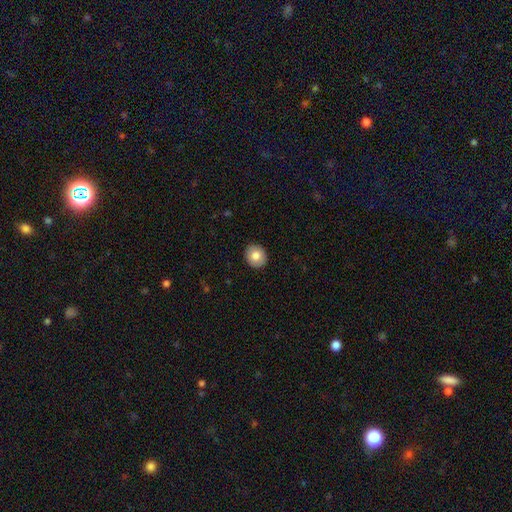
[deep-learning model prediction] Smooth or featured?
  - smooth: 80% *
  - featured or disk: 12%
  - star or artifact: 8%
How rounded?
  - round: 73% *
  - in between: 26%
  - cigar-shaped: 1%
Merging?
  - none: 91% *
  - minor disturbance: 6%
  - major disturbance: 2%
  - merger: 1%